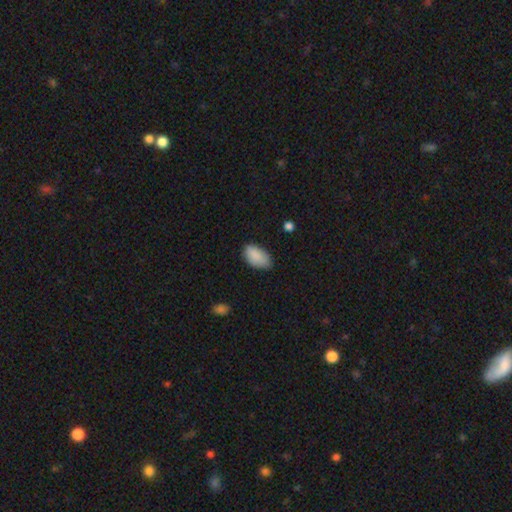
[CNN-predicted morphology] smooth 88%, star or artifact 7%, featured or disk 5%. Down the decision tree: how rounded — in between (94%); merging — none (71%).